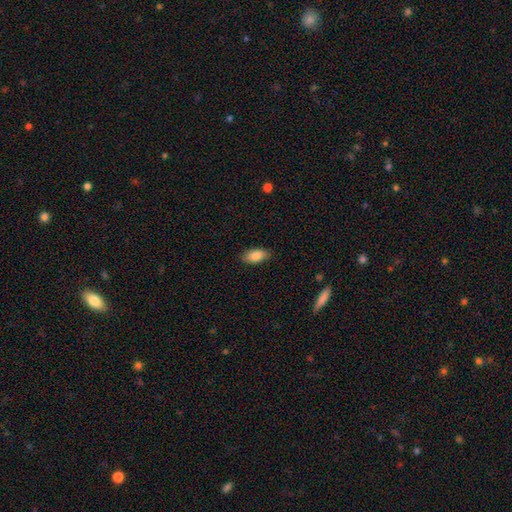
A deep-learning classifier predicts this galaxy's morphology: This is clearly a smooth galaxy (85%). How rounded: clearly in between (91%). Merging: clearly none (86%).